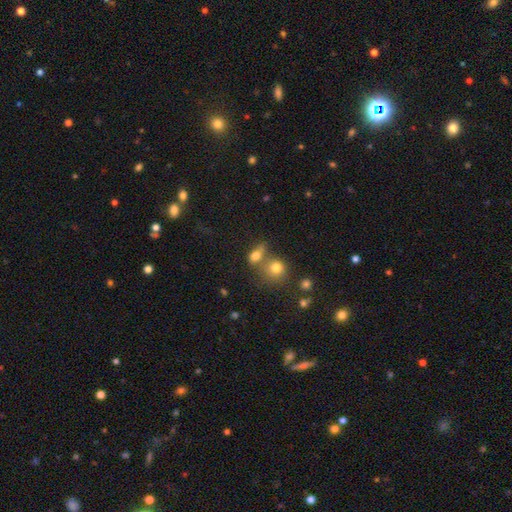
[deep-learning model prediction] A smooth galaxy with no disk features (74%) that is in between round and cigar-shaped (67%). Merging: none (41%).